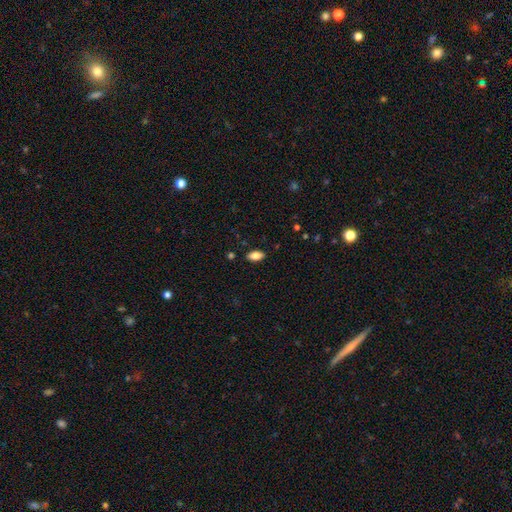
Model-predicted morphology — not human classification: Smooth or featured? Predicted: smooth (p=0.83). How rounded? Predicted: in between (p=0.91). Merging? Predicted: none (p=0.88).